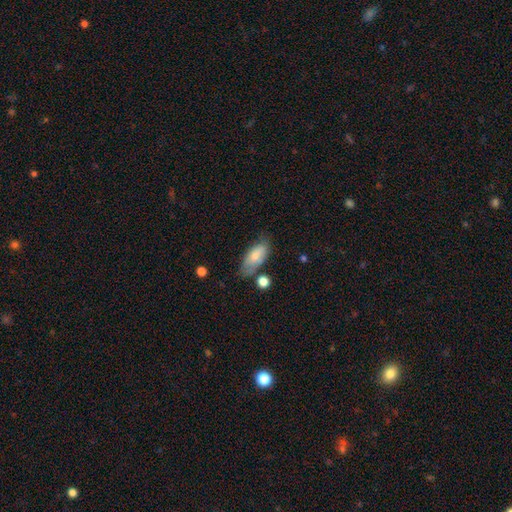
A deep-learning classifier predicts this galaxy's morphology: The model was most divided on "merging": none: 58%, minor disturbance: 27%, merger: 8%, major disturbance: 7%. More confident: how rounded — in between (86%); smooth or featured — smooth (72%).